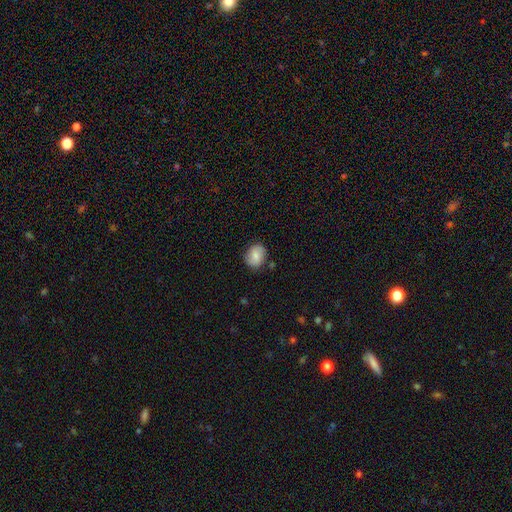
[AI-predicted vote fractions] Morphology: type=smooth (70%); roundness=round (60%); merging=none (79%).